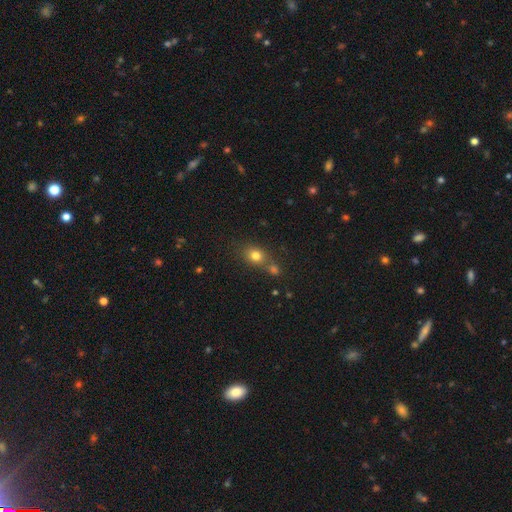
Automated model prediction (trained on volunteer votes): A smooth galaxy with no disk features (77%) that is round (57%).

Vote fractions:
- Smooth or featured? smooth: 77% / star or artifact: 13% / featured or disk: 10%
- How rounded? round: 57% / in between: 41% / cigar-shaped: 2%
- Merging? none: 52% / merger: 33% / minor disturbance: 11% / major disturbance: 4%